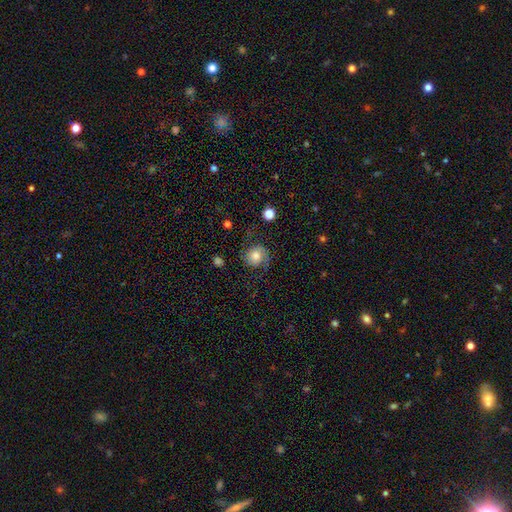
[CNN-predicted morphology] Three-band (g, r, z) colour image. It shows a featured or disk galaxy (46%). Merging: none (65%).